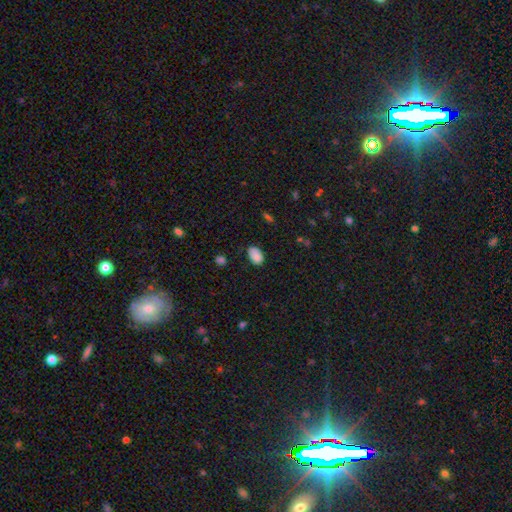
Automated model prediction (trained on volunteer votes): Q: Smooth or featured?
A: smooth (86%); runner-up: star or artifact (9%)
Q: How rounded?
A: in between (90%); runner-up: round (8%)
Q: Merging?
A: none (70%); runner-up: minor disturbance (24%)